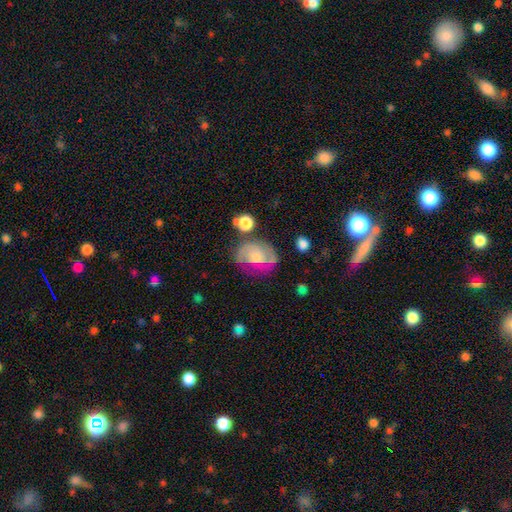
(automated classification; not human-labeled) Overall: featured or disk (56%; smooth 35%). Edge-on disk: no (97%). Bar: no (72%). Spiral arms: yes (74%). Bulge size: small (42%; moderate 29%). Merging: none (51%; minor disturbance 25%).